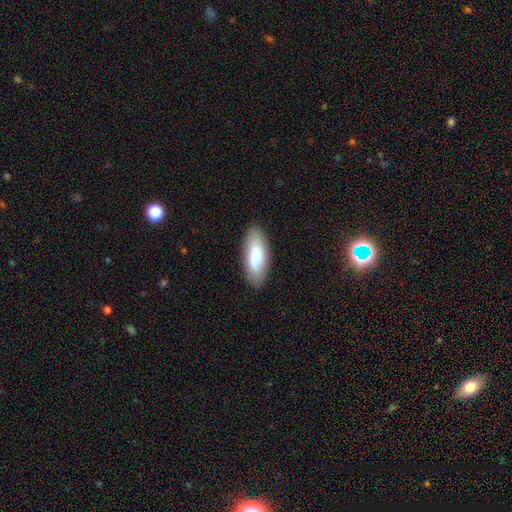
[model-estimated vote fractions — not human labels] A smooth galaxy with no disk features (77%) that is in between round and cigar-shaped (80%).

Vote fractions:
- Smooth or featured? smooth: 77% / featured or disk: 17% / star or artifact: 6%
- How rounded? in between: 80% / cigar-shaped: 18% / round: 2%
- Merging? none: 84% / minor disturbance: 12% / major disturbance: 3% / merger: 1%